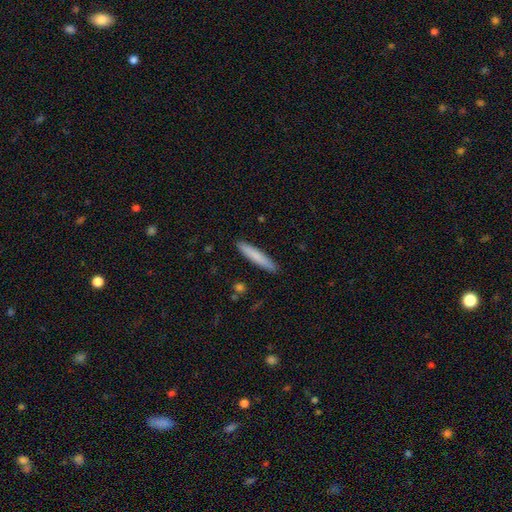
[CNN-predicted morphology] This is likely a smooth galaxy (78%). How rounded: clearly cigar-shaped (93%). Merging: clearly none (91%).